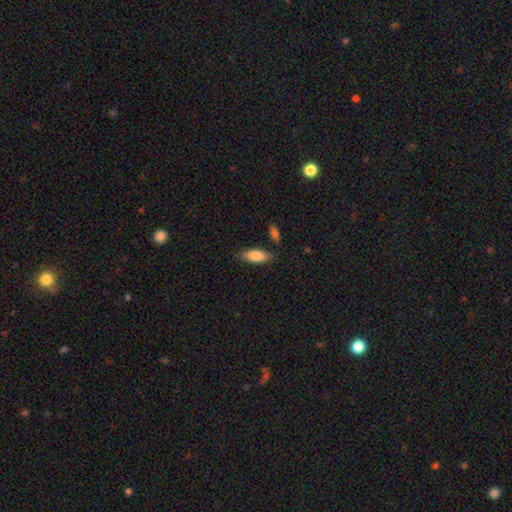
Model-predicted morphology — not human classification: Smooth or featured?
  - smooth: 82% *
  - featured or disk: 13%
  - star or artifact: 6%
How rounded?
  - in between: 71% *
  - cigar-shaped: 27%
  - round: 2%
Merging?
  - none: 79% *
  - minor disturbance: 14%
  - merger: 4%
  - major disturbance: 3%